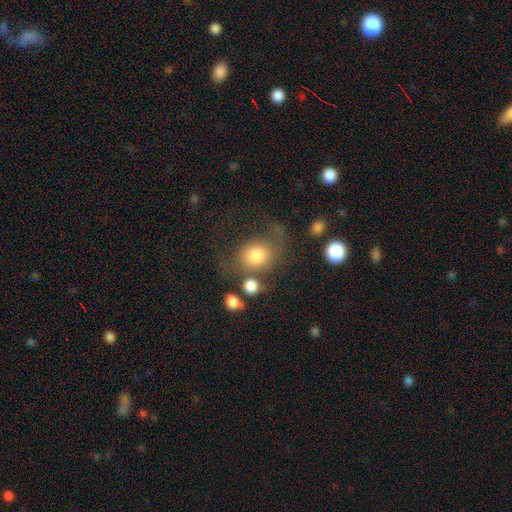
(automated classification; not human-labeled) Q: Smooth or featured?
A: smooth (70%); runner-up: featured or disk (19%)
Q: How rounded?
A: round (64%); runner-up: in between (35%)
Q: Merging?
A: none (43%); runner-up: major disturbance (25%)